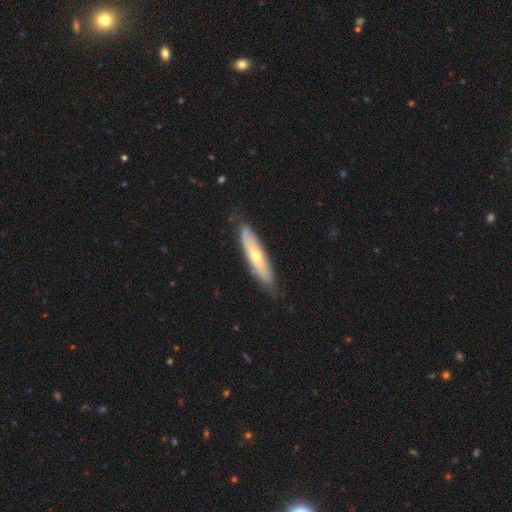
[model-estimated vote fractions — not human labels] Morphology: type=smooth (47%, tied with featured or disk); merging=none (77%).